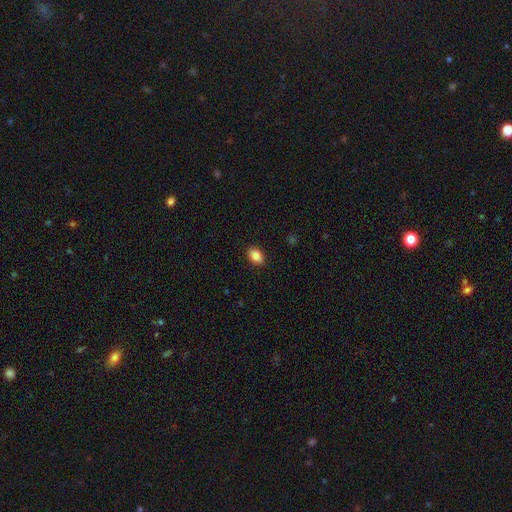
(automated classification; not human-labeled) smooth 87%, star or artifact 8%, featured or disk 5%. Down the decision tree: how rounded — in between (82%); merging — none (89%).